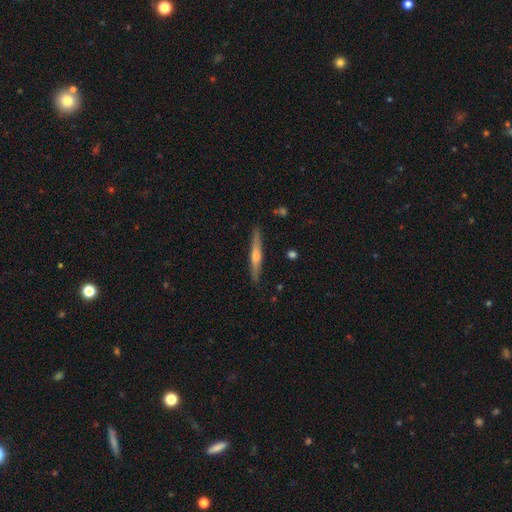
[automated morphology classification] Smooth or featured? featured or disk (63%)
Edge-on disk? yes (97%)
Edge-on bulge? rounded (79%)
Merging? none (89%)